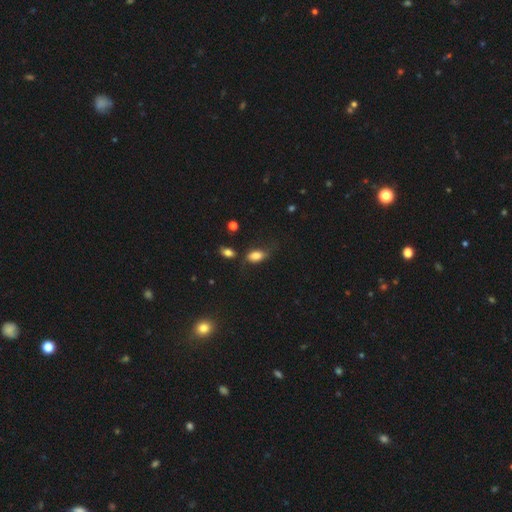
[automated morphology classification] type=smooth (81%); roundness=in between (88%); merging=none (53%).